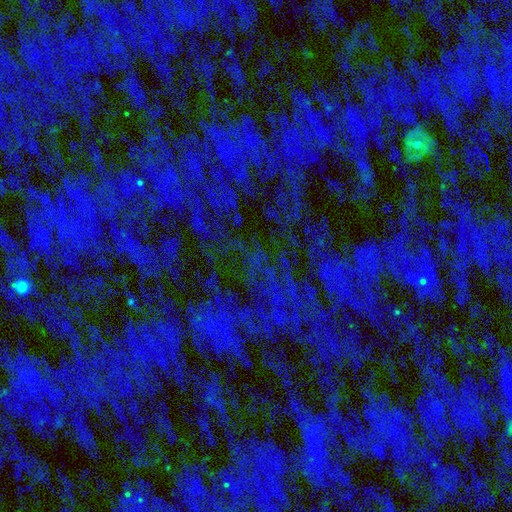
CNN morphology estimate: smooth-or-featured: star or artifact: 77% | smooth: 14% | featured or disk: 9%